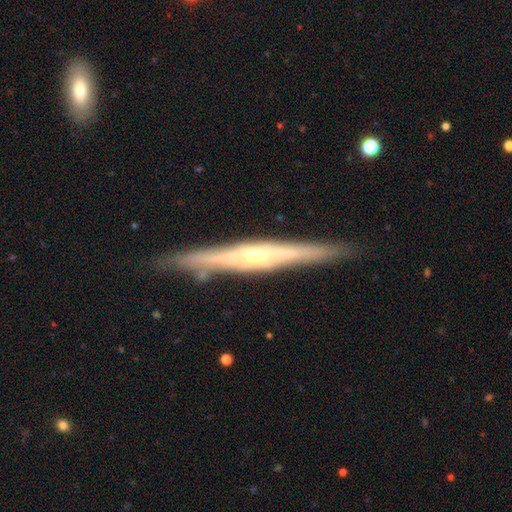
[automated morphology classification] This is likely a featured or disk galaxy (74%). It is clearly viewed edge-on (95%). Edge-on bulge: likely rounded (74%). Merging: clearly none (84%).